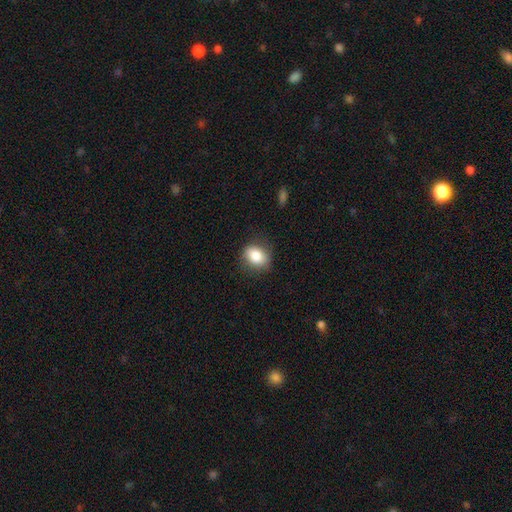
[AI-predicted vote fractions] Smooth or featured?
  - smooth: 83% *
  - star or artifact: 9%
  - featured or disk: 8%
How rounded?
  - in between: 59% *
  - round: 40%
  - cigar-shaped: 1%
Merging?
  - none: 80% *
  - minor disturbance: 15%
  - major disturbance: 4%
  - merger: 1%